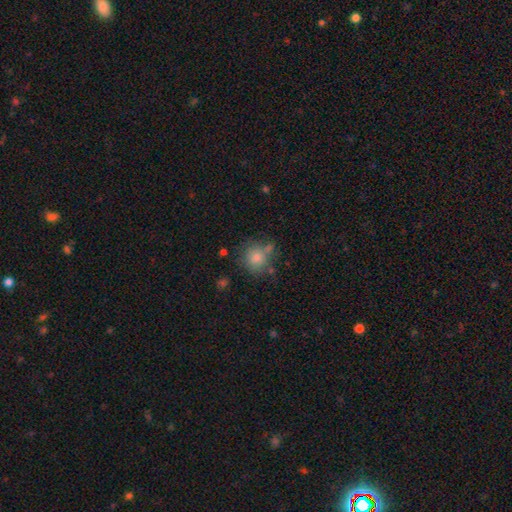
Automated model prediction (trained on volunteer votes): Overall: smooth (72%). How rounded: round (89%). Merging: none (70%).